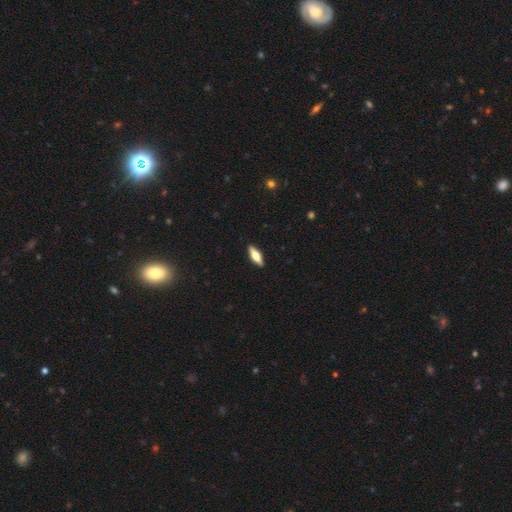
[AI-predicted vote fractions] The model was most divided on "how rounded": in between: 53%, cigar-shaped: 44%, round: 3%. More confident: merging — none (91%); smooth or featured — smooth (53%).